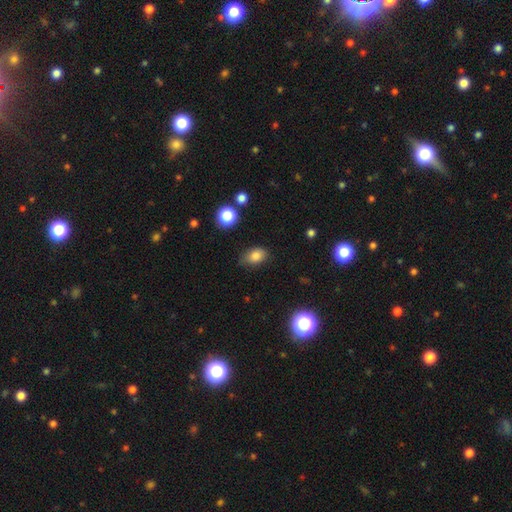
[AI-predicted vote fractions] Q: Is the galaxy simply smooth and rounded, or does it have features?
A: smooth — 83%.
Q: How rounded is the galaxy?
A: in between — 80%.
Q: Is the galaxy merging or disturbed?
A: none — 70%.